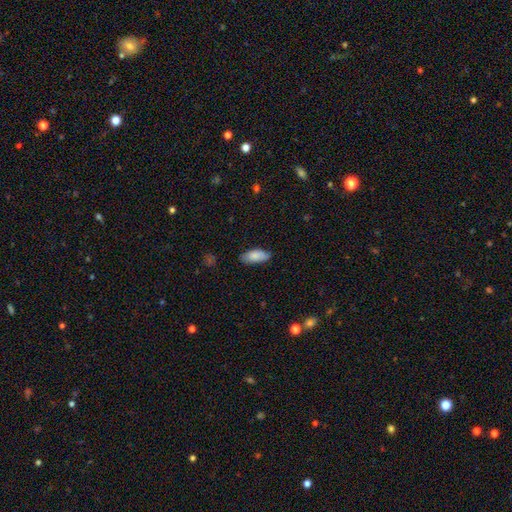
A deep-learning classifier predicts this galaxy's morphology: Q: Smooth or featured?
A: smooth (84%); runner-up: featured or disk (9%)
Q: How rounded?
A: in between (85%); runner-up: cigar-shaped (13%)
Q: Merging?
A: none (77%); runner-up: minor disturbance (19%)